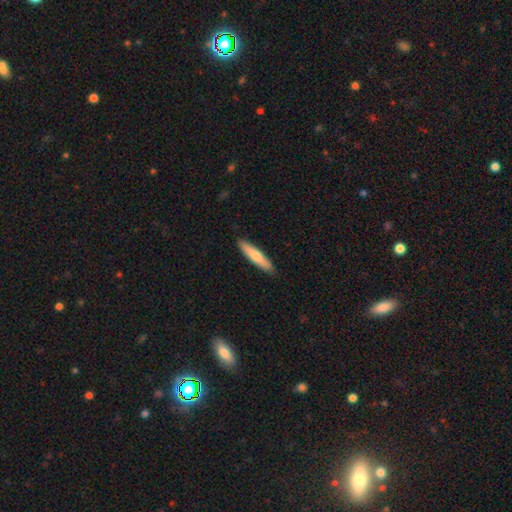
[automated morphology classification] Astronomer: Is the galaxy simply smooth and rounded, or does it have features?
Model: smooth — 73%.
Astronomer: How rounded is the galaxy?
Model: cigar-shaped — 84%.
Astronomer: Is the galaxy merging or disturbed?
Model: none — 89%.